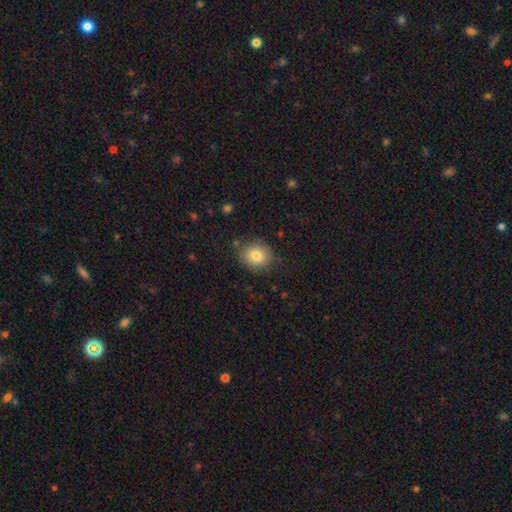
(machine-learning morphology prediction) This is clearly a smooth galaxy (80%). How rounded: likely round (77%). Merging: clearly none (82%).